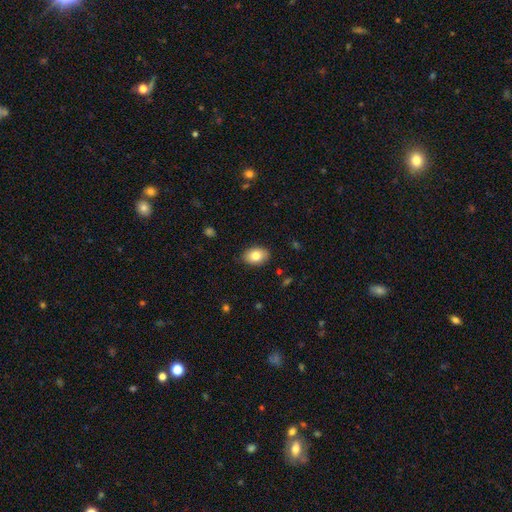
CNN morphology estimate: This is clearly a smooth galaxy (81%). How rounded: clearly in between (84%). Merging: clearly none (87%).